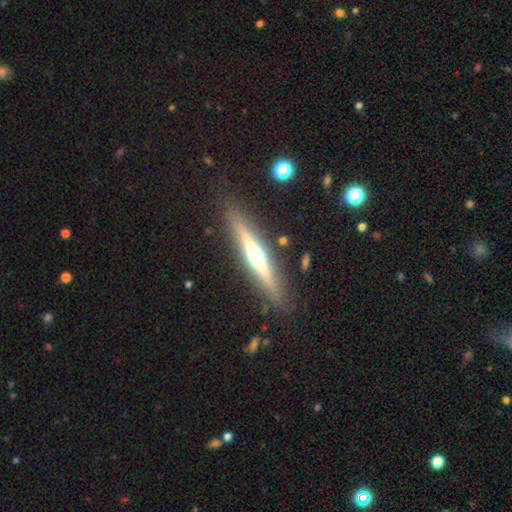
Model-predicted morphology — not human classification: Q: Smooth or featured?
A: featured or disk (75%); runner-up: smooth (17%)
Q: Edge-on disk?
A: yes (96%); runner-up: no (4%)
Q: Edge-on bulge?
A: rounded (93%); runner-up: boxy (5%)
Q: Merging?
A: none (87%); runner-up: minor disturbance (8%)